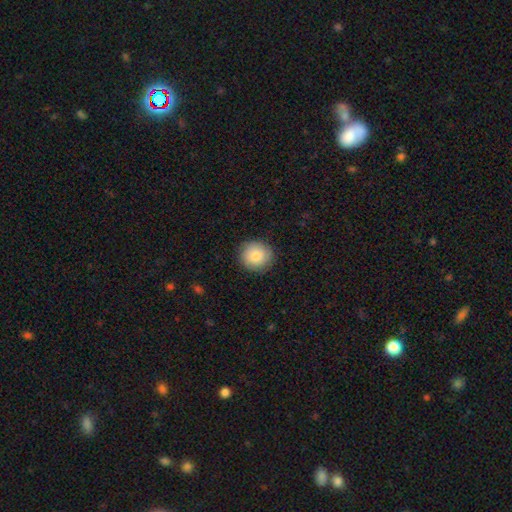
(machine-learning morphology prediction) A smooth galaxy with no disk features (81%) that is round (90%).

Vote fractions:
- Smooth or featured? smooth: 81% / featured or disk: 11% / star or artifact: 8%
- How rounded? round: 90% / in between: 9% / cigar-shaped: 1%
- Merging? none: 88% / minor disturbance: 9% / major disturbance: 2% / merger: 1%